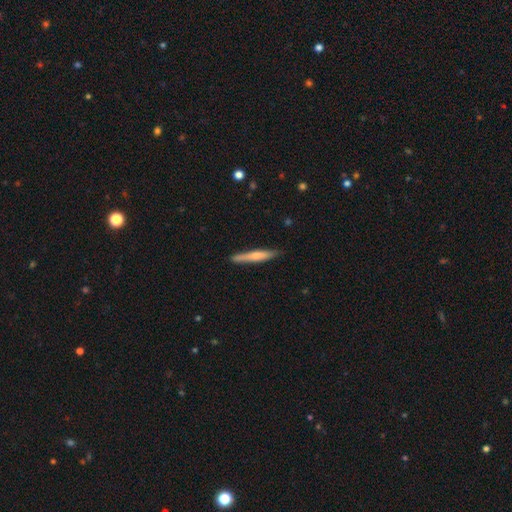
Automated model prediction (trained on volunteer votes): A smooth galaxy with no disk features (58%) that is cigar-shaped (94%). Merging: none (85%).